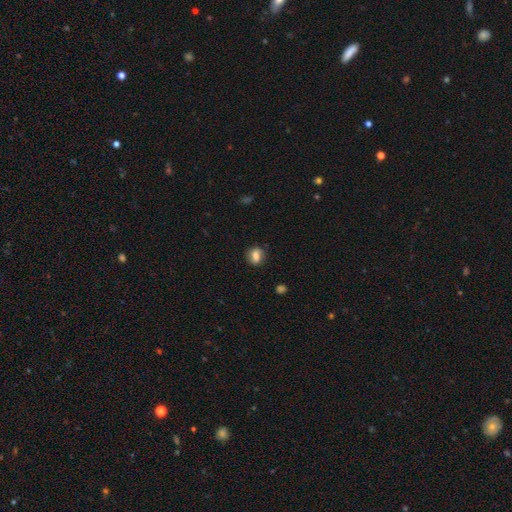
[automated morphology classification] Smooth or featured: smooth — 74% (featured or disk — 17%)
How rounded: in between — 49% (round — 48%)
Merging: none — 81% (minor disturbance — 13%)